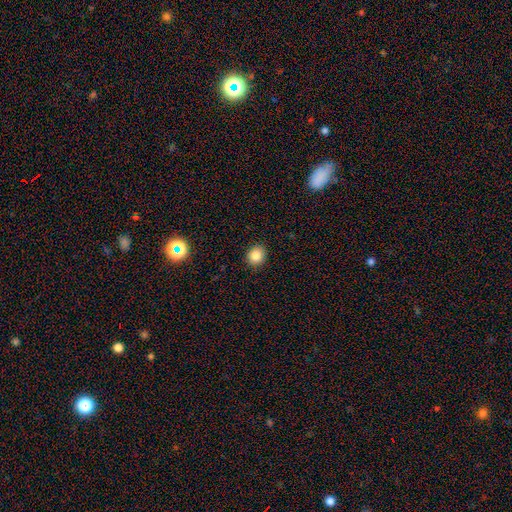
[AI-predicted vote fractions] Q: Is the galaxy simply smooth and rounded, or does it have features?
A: smooth — 83%.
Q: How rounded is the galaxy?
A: round — 77%.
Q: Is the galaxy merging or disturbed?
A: none — 91%.